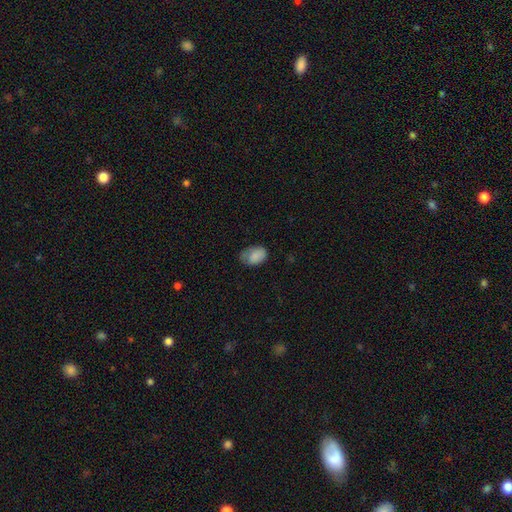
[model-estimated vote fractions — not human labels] This is clearly a smooth galaxy (81%). How rounded: clearly in between (82%). Merging: possibly none (48%).